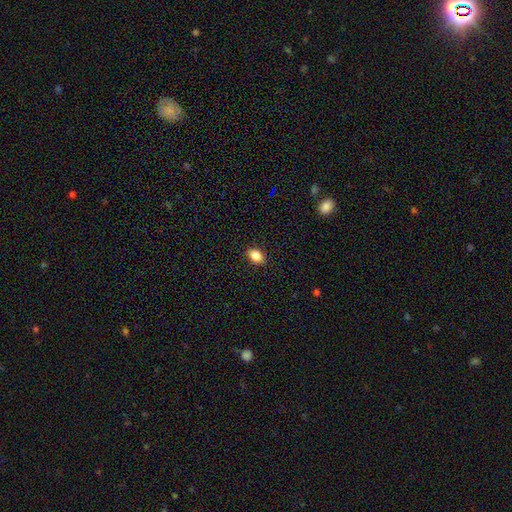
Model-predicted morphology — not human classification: The model was most divided on "how rounded": in between: 81%, round: 17%, cigar-shaped: 2%. More confident: merging — none (88%); smooth or featured — smooth (85%).